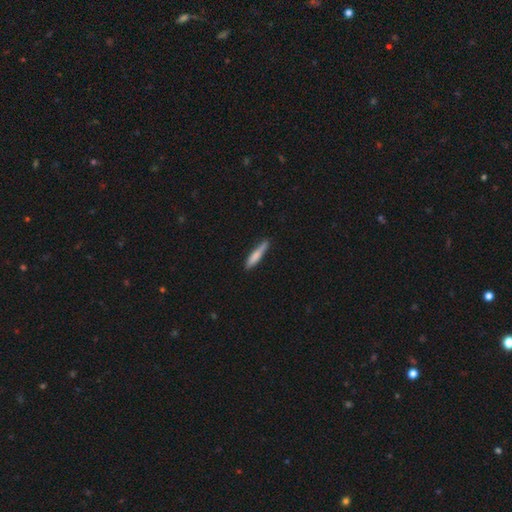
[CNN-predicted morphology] Overall: smooth (74%). How rounded: cigar-shaped (90%). Merging: none (79%).